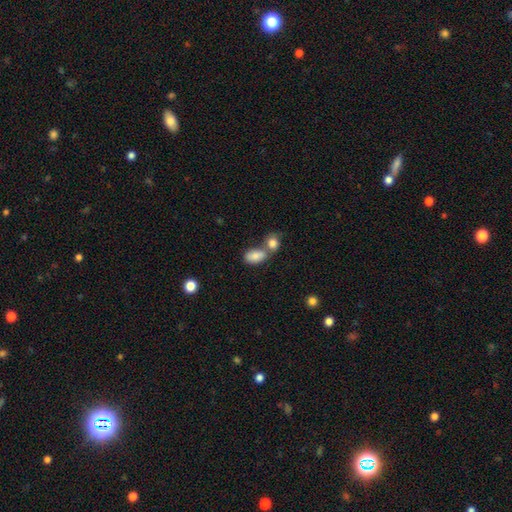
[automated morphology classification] This is clearly a smooth galaxy (83%). How rounded: clearly in between (88%). Merging: possibly merger (48%).